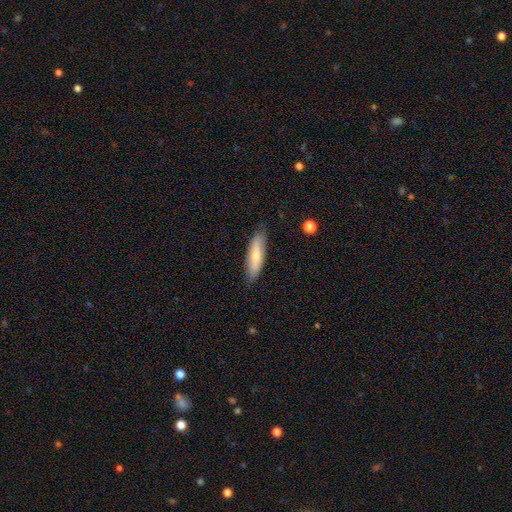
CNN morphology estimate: Smooth or featured? Predicted: smooth (p=0.66). How rounded? Predicted: cigar-shaped (p=0.56). Merging? Predicted: none (p=0.81).